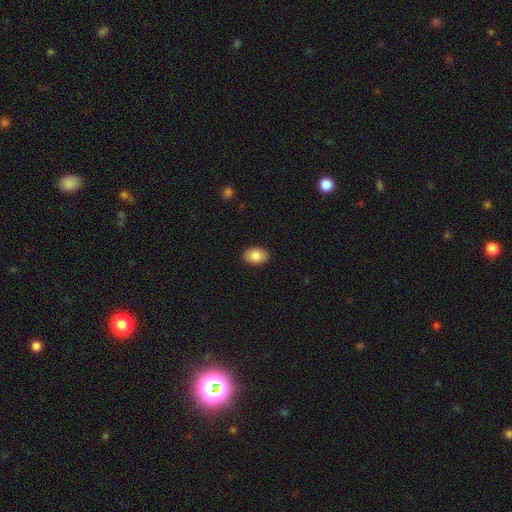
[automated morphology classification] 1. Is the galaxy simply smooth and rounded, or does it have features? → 83% smooth, 9% featured or disk, 7% star or artifact.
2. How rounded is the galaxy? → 84% in between, 15% round, 1% cigar-shaped.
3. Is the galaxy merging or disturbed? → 90% none, 7% minor disturbance, 2% major disturbance, 1% merger.